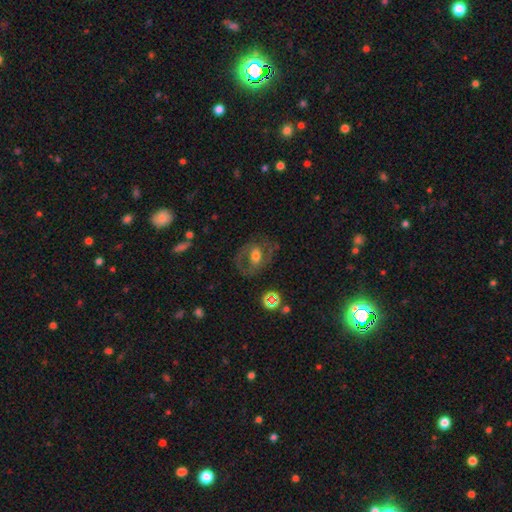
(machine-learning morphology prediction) smooth_or_featured: featured or disk (p=0.58) [alt: smooth p=0.32]
disk_edge_on: no (p=0.94) [alt: yes p=0.06]
bar: no (p=0.48) [alt: weak p=0.33]
has_spiral_arms: no (p=0.56) [alt: yes p=0.44]
bulge_size: moderate (p=0.60) [alt: large p=0.18]
merging: none (p=0.68) [alt: minor disturbance p=0.16]